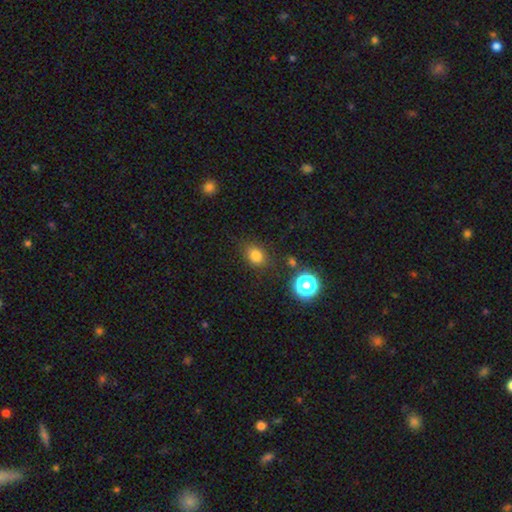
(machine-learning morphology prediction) Smooth or featured? Predicted: smooth (p=0.79). How rounded? Predicted: round (p=0.50). Merging? Predicted: none (p=0.77).